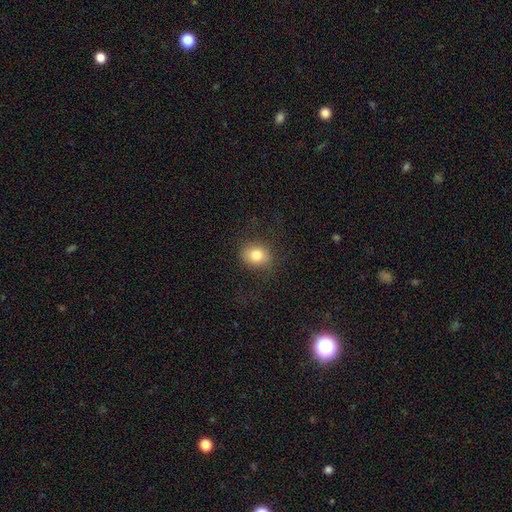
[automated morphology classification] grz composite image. It shows a smooth galaxy with no disk features (80%) that is round (53%). Merging: none (80%).